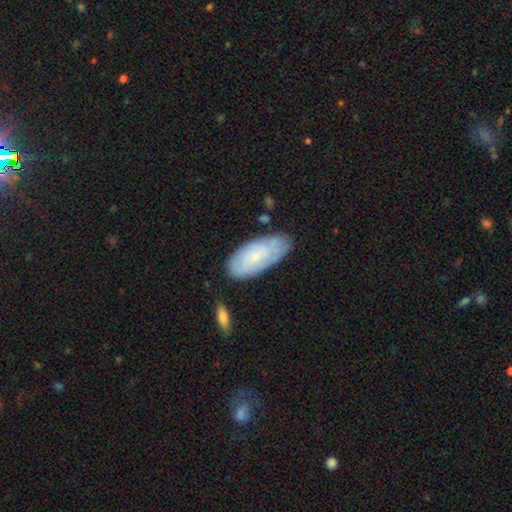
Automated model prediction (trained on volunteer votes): Q: Smooth or featured?
A: smooth (55%); runner-up: featured or disk (38%)
Q: How rounded?
A: in between (87%); runner-up: cigar-shaped (11%)
Q: Merging?
A: none (71%); runner-up: minor disturbance (20%)